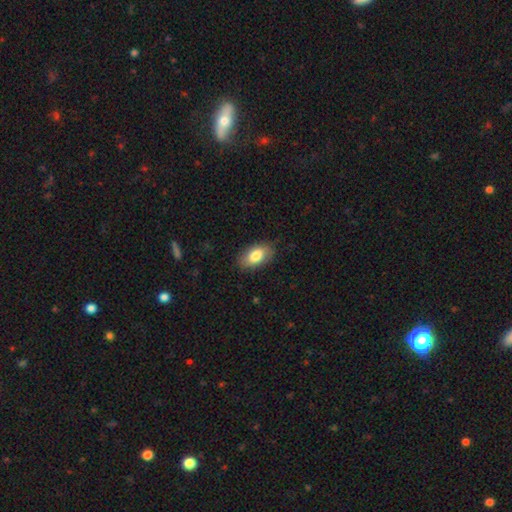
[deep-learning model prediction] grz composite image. It shows a smooth galaxy with no disk features (81%) that is in between round and cigar-shaped (93%). Merging: none (84%).